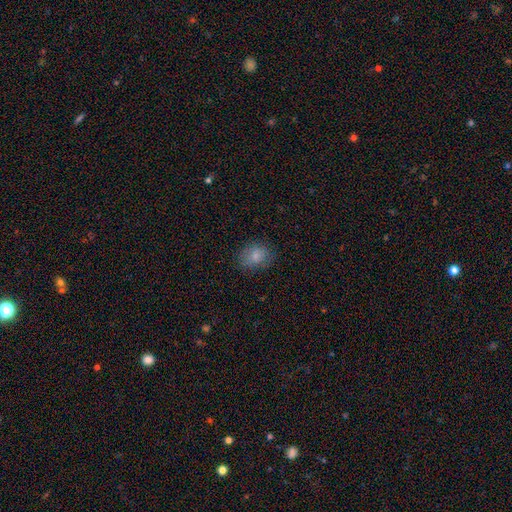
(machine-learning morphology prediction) The model was most divided on "how rounded": in between: 55%, round: 44%, cigar-shaped: 1%. More confident: smooth or featured — smooth (82%); merging — none (75%).